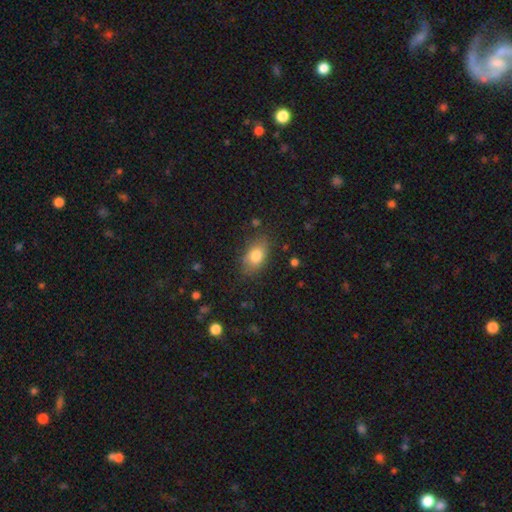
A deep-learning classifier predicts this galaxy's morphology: Smooth or featured? smooth (79%)
How rounded? in between (85%)
Merging? none (78%)